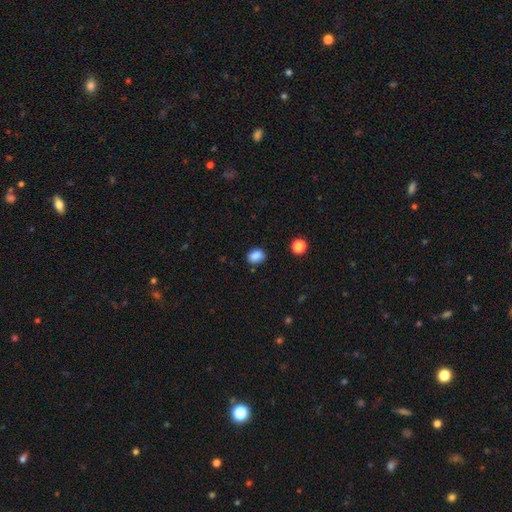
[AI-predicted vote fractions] The model was most divided on "how rounded": in between: 62%, round: 37%, cigar-shaped: 1%. More confident: smooth or featured — smooth (86%); merging — none (82%).